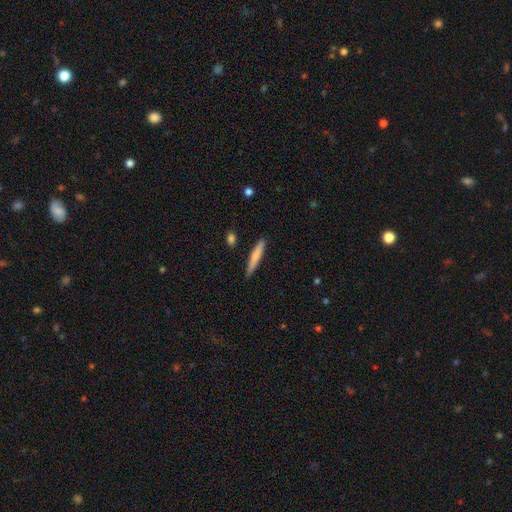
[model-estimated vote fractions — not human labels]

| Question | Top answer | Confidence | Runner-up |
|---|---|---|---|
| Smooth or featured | smooth | 74% | featured or disk (21%) |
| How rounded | cigar-shaped | 94% | in between (5%) |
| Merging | none | 86% | minor disturbance (10%) |